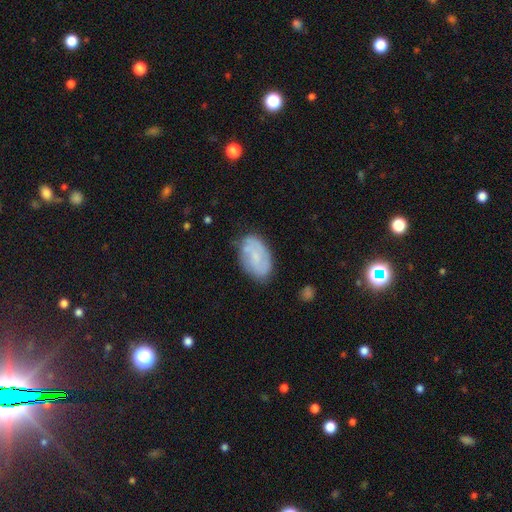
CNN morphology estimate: This is possibly a featured or disk galaxy (54%). It is clearly not viewed edge-on (96%). Bar: possibly no (54%). Spiral arm pattern: clearly yes (83%). Central bulge: possibly small (58%). Merging: likely none (74%).